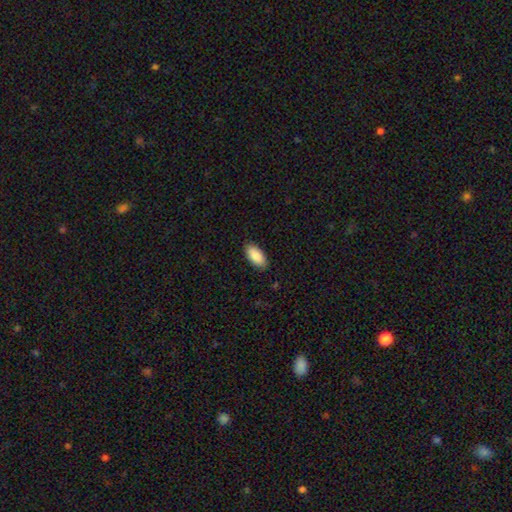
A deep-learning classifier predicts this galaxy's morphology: type=smooth (90%); roundness=in between (93%); merging=none (88%).